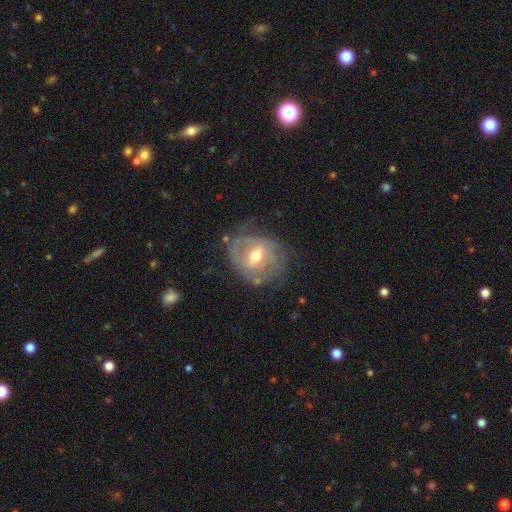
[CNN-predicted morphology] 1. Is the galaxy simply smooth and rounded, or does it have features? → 70% featured or disk, 23% smooth, 7% star or artifact.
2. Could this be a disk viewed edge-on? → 95% no, 5% yes.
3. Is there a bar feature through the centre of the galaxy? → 50% weak, 29% strong, 21% no.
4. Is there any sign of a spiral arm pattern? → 60% yes, 40% no.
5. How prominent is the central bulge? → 74% moderate, 18% small, 6% large, 1% none, 1% dominant.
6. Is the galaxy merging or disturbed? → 54% none, 27% minor disturbance, 16% major disturbance, 3% merger.